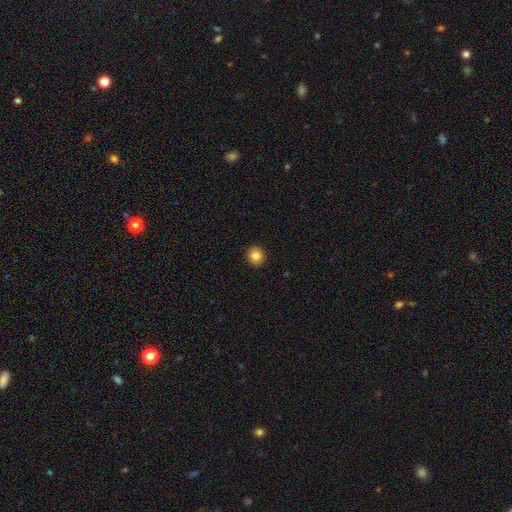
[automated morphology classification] Smooth or featured? smooth (84%)
How rounded? round (88%)
Merging? none (92%)